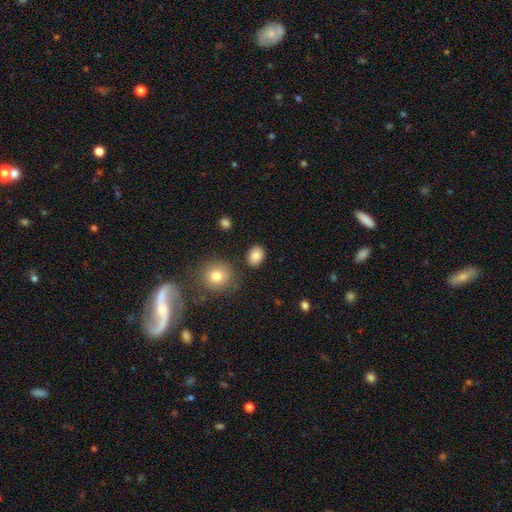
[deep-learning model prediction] Overall: smooth (86%). How rounded: in between (66%; round 33%). Merging: none (85%).